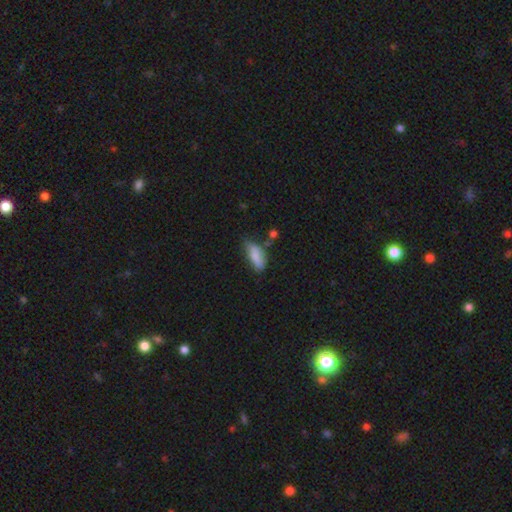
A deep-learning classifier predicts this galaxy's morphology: A smooth galaxy with no disk features (79%) that is in between round and cigar-shaped (75%). Merging: none (48%).